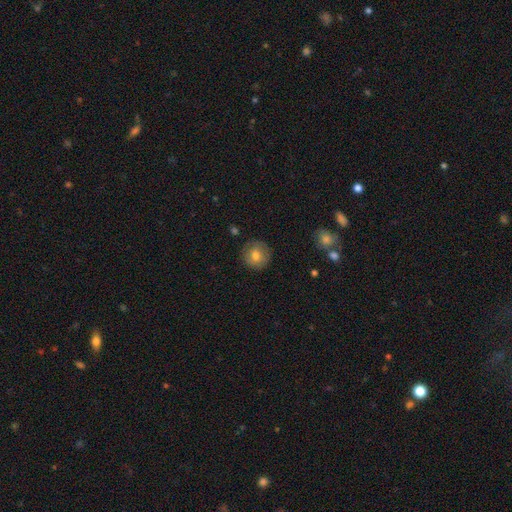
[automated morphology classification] smooth-or-featured: smooth: 77% | featured or disk: 15% | star or artifact: 8%
  how-rounded: round: 92% | in between: 7% | cigar-shaped: 1%
  merging: none: 86% | minor disturbance: 10% | major disturbance: 2% | merger: 1%